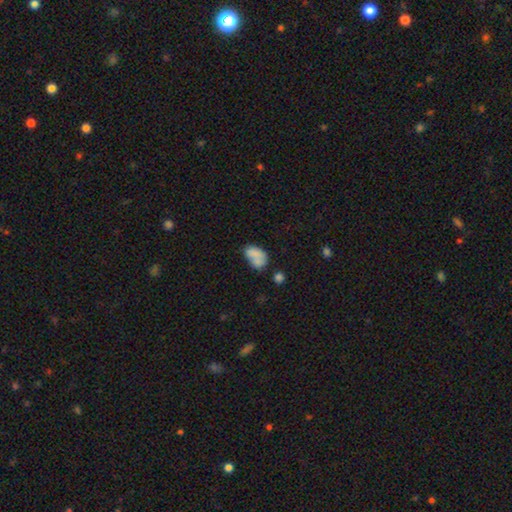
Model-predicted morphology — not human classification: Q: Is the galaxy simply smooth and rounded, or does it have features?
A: smooth — 75%.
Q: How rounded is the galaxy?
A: in between — 86%.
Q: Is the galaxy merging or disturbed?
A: none — 39%.